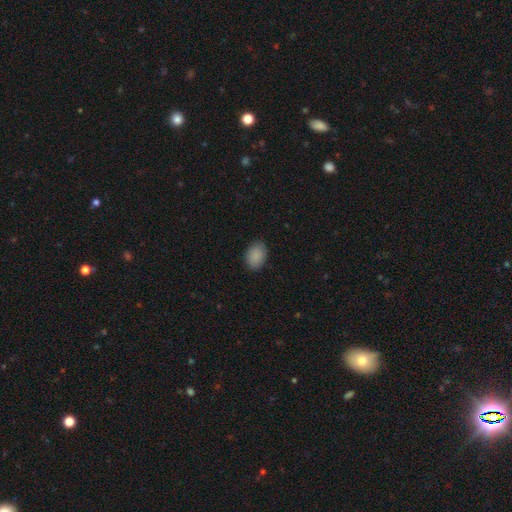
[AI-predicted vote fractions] Smooth or featured? smooth (88%)
How rounded? in between (80%)
Merging? none (84%)